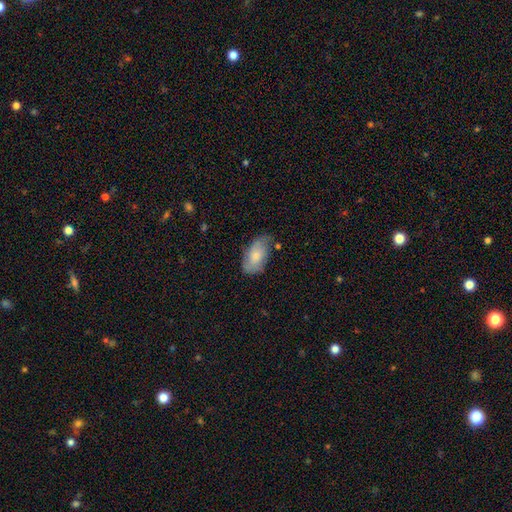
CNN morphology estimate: Smooth or featured?
  - smooth: 65% *
  - featured or disk: 29%
  - star or artifact: 6%
How rounded?
  - in between: 93% *
  - round: 4%
  - cigar-shaped: 2%
Merging?
  - none: 58% *
  - minor disturbance: 31%
  - major disturbance: 8%
  - merger: 3%